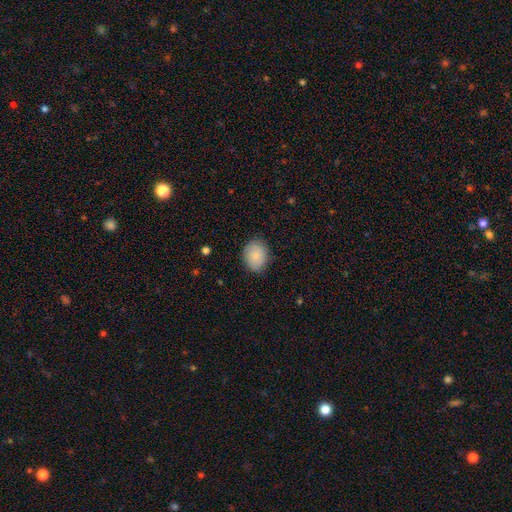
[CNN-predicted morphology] This appears to be a smooth galaxy with no disk features (84%) that is in between round and cigar-shaped (51%). Merging: none (84%).